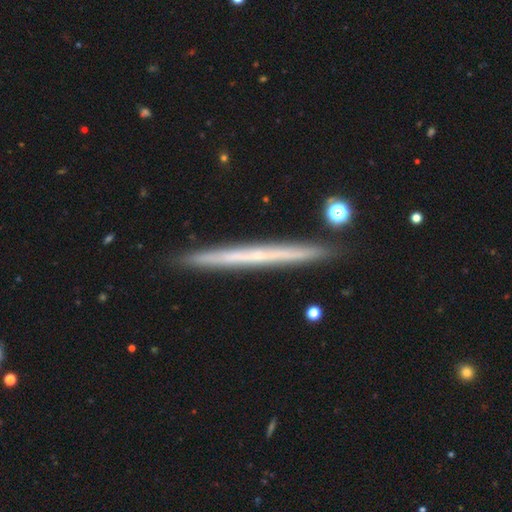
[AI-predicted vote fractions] Q: Smooth or featured?
A: featured or disk (63%); runner-up: smooth (31%)
Q: Edge-on disk?
A: yes (97%); runner-up: no (3%)
Q: Edge-on bulge?
A: none (87%); runner-up: rounded (11%)
Q: Merging?
A: none (92%); runner-up: minor disturbance (6%)